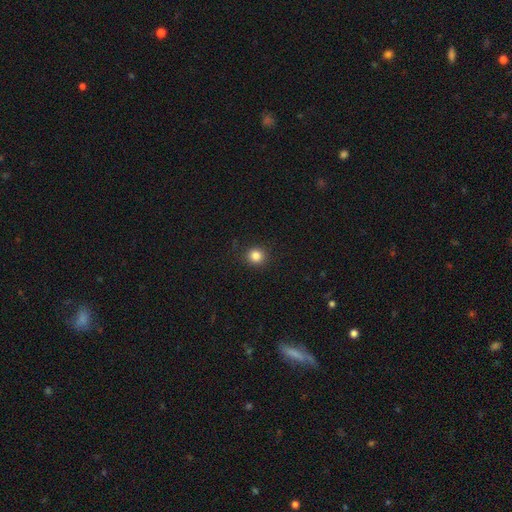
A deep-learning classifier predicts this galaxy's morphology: smooth 84%, star or artifact 12%, featured or disk 4%. Down the decision tree: how rounded — round (91%); merging — none (90%).